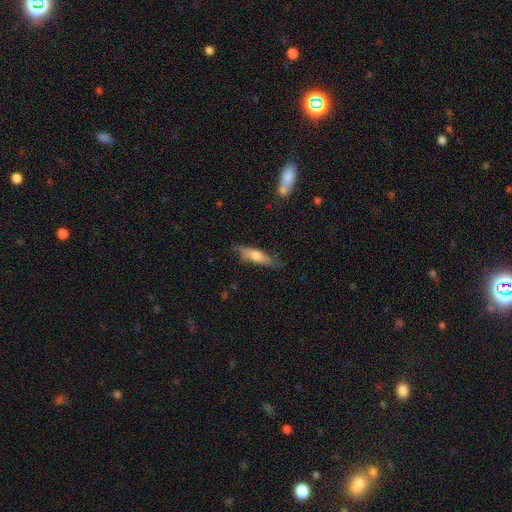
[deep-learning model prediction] A smooth galaxy with no disk features (61%) that is cigar-shaped (64%). Merging: none (73%).